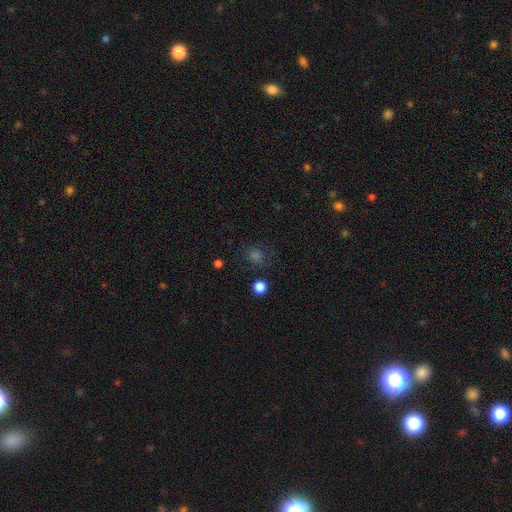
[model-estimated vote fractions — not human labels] Overall: smooth (68%). How rounded: round (71%). Merging: none (77%).